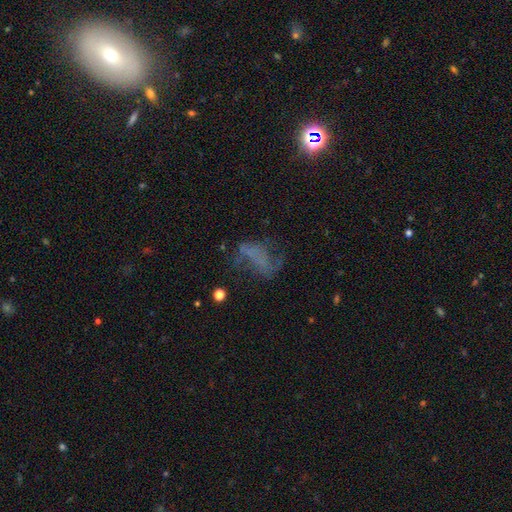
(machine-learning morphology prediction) type=featured or disk (48%); merging=none (38%).